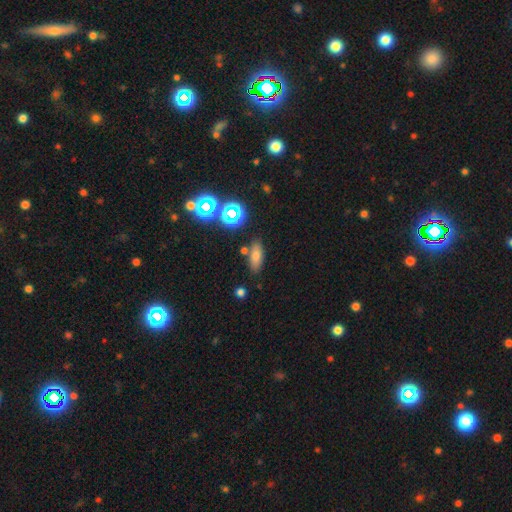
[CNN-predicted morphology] This appears to be a smooth galaxy with no disk features (70%) that is in between round and cigar-shaped (73%). Merging: none (78%).